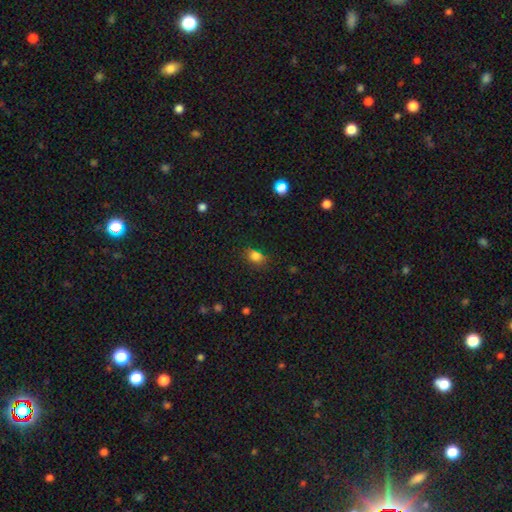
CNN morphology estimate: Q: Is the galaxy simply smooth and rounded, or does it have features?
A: smooth — 80%.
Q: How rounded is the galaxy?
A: in between — 64%.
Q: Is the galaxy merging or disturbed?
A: none — 73%.